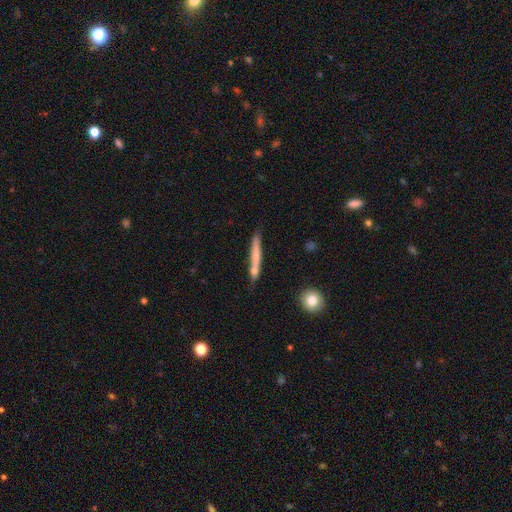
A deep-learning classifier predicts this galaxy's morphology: type=smooth (61%); roundness=cigar-shaped (94%); merging=none (68%).